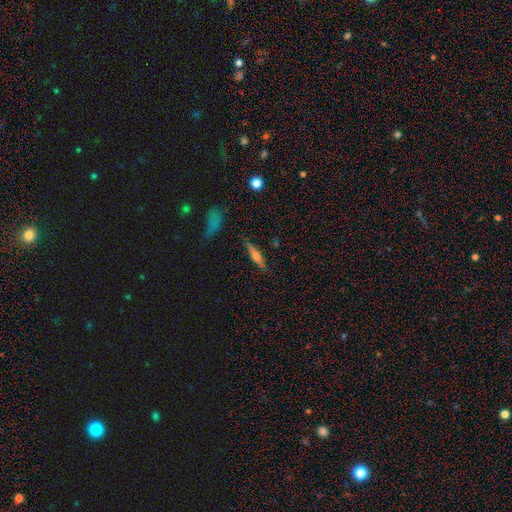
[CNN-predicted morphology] smooth-or-featured: smooth: 51% | featured or disk: 40% | star or artifact: 9%
  how-rounded: cigar-shaped: 76% | in between: 21% | round: 3%
  merging: none: 82% | minor disturbance: 13% | major disturbance: 3% | merger: 2%